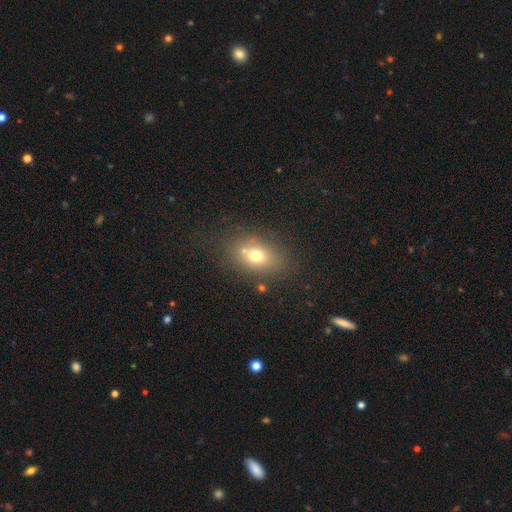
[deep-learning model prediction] Morphology: type=smooth (70%); roundness=in between (71%); merging=none (70%).